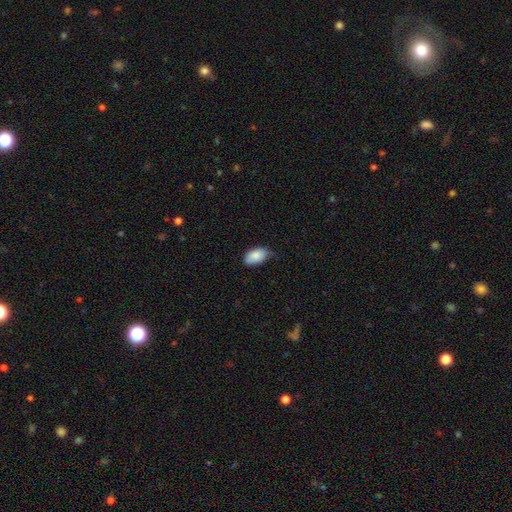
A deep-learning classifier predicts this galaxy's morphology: A smooth galaxy with no disk features (87%) that is in between round and cigar-shaped (94%). Merging: none (59%).